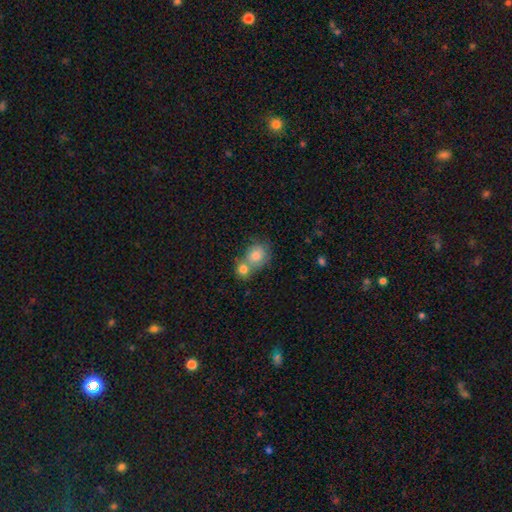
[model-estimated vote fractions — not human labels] Overall: smooth (76%). How rounded: round (69%; in between 30%). Merging: merger (56%; none 32%).